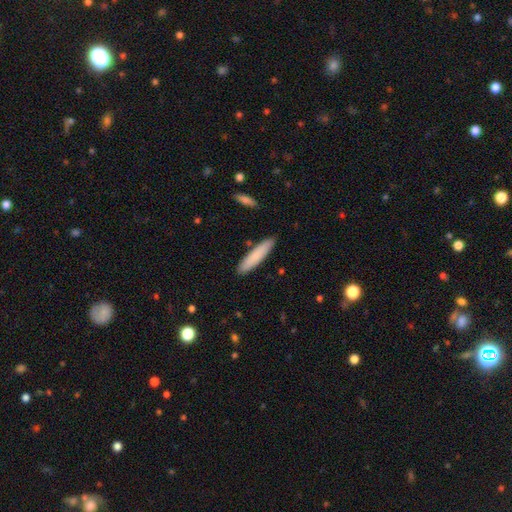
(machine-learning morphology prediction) Q: Smooth or featured?
A: smooth (82%); runner-up: featured or disk (12%)
Q: How rounded?
A: cigar-shaped (84%); runner-up: in between (15%)
Q: Merging?
A: none (89%); runner-up: minor disturbance (8%)